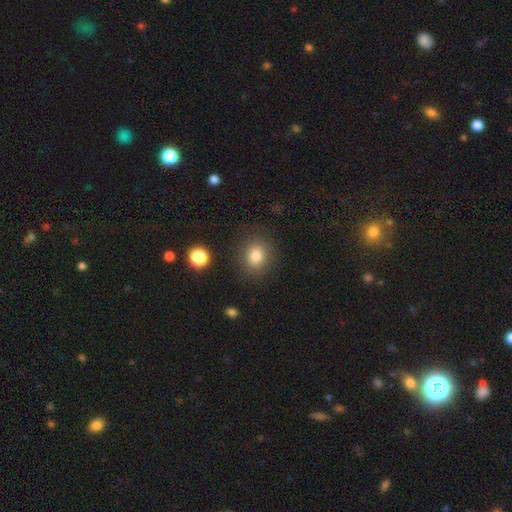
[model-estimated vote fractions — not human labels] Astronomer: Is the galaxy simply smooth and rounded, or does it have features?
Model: smooth — 82%.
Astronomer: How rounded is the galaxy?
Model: round — 67%.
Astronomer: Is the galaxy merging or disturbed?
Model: none — 84%.